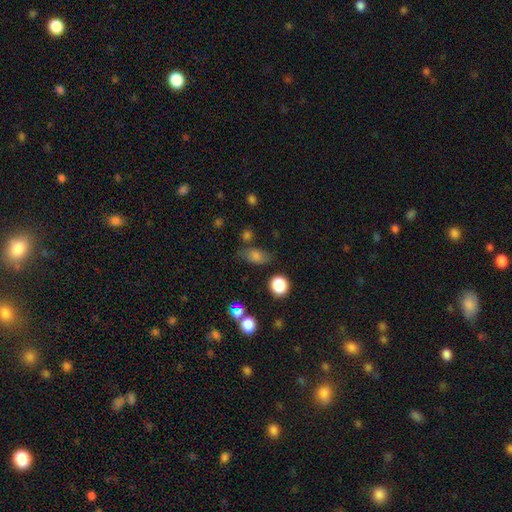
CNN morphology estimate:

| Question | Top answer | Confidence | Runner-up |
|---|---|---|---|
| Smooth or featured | smooth | 71% | star or artifact (16%) |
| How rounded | in between | 75% | round (21%) |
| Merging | none | 60% | minor disturbance (24%) |